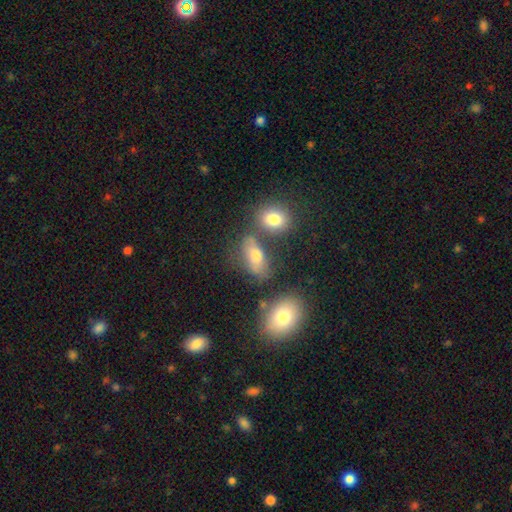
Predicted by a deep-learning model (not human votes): smooth-or-featured: smooth: 64% | featured or disk: 20% | star or artifact: 15%
  how-rounded: in between: 78% | round: 13% | cigar-shaped: 9%
  merging: none: 60% | merger: 18% | minor disturbance: 15% | major disturbance: 7%